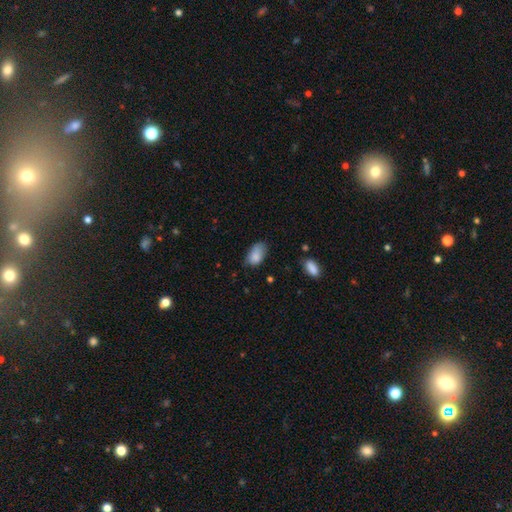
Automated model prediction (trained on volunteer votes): The model was most divided on "merging": none: 52%, minor disturbance: 37%, major disturbance: 9%, merger: 2%. More confident: how rounded — in between (93%); smooth or featured — smooth (84%).